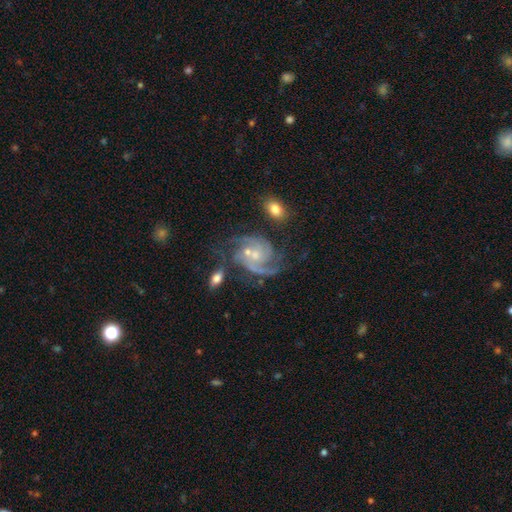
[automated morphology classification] This appears to be a featured or disk galaxy (89%) with no bar (63%), 2 (52%) medium (50%) spiral arms (97%) and a small central bulge (63%). Merging: none (49%).